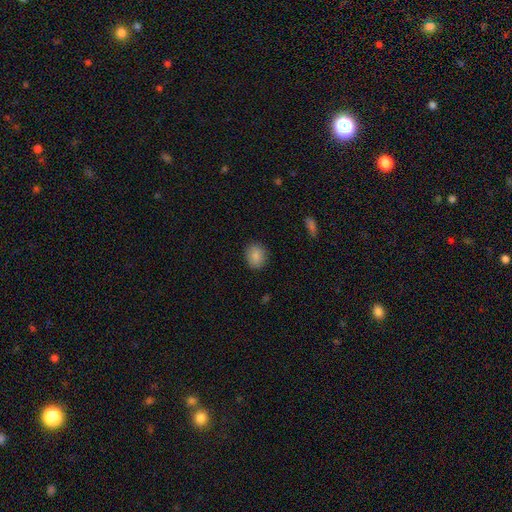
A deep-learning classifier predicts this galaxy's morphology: Q: Smooth or featured?
A: smooth (86%); runner-up: star or artifact (8%)
Q: How rounded?
A: round (62%); runner-up: in between (37%)
Q: Merging?
A: none (88%); runner-up: minor disturbance (8%)